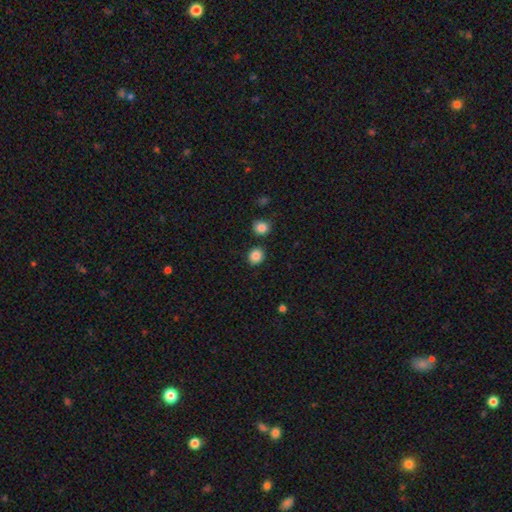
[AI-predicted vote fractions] A smooth galaxy with no disk features (86%) that is round (78%).

Vote fractions:
- Smooth or featured? smooth: 86% / star or artifact: 10% / featured or disk: 4%
- How rounded? round: 78% / in between: 21% / cigar-shaped: 1%
- Merging? none: 85% / minor disturbance: 7% / merger: 6% / major disturbance: 2%